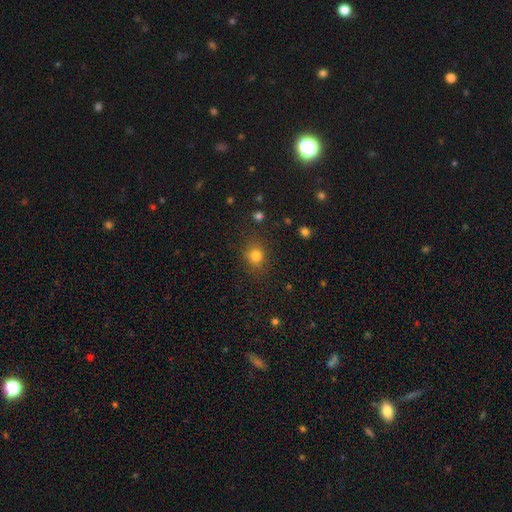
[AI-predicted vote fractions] This is likely a smooth galaxy (80%). How rounded: likely round (74%). Merging: clearly none (83%).